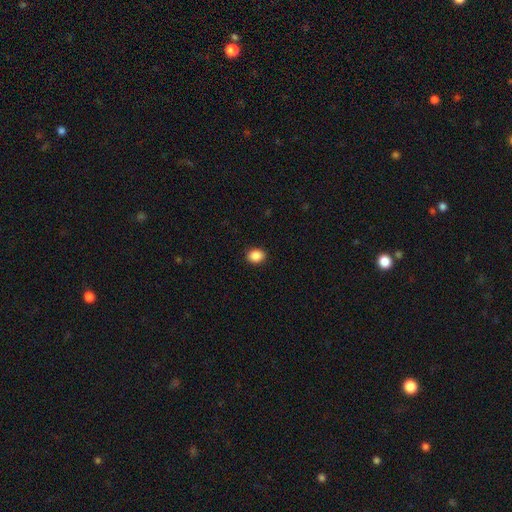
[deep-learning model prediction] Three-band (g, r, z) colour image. It shows a smooth galaxy with no disk features (88%) that is round (54%). Merging: none (91%).